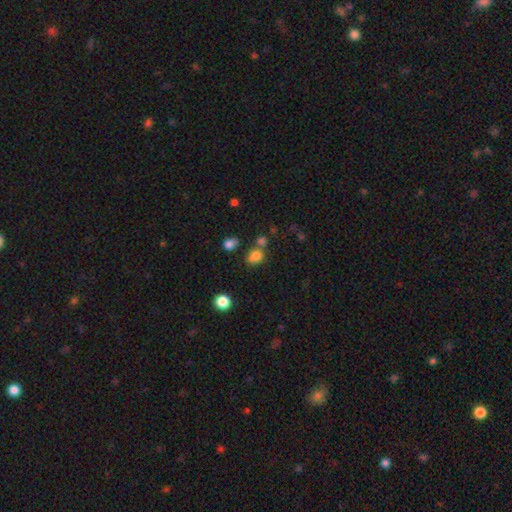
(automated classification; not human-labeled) smooth-or-featured: smooth: 78% | star or artifact: 15% | featured or disk: 7%
  how-rounded: round: 58% | in between: 41% | cigar-shaped: 1%
  merging: none: 57% | merger: 23% | minor disturbance: 15% | major disturbance: 6%